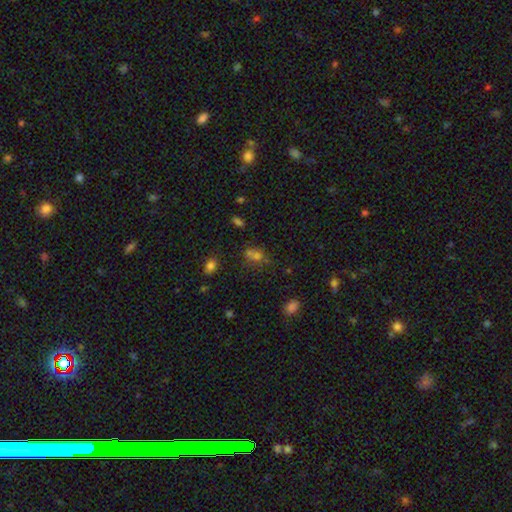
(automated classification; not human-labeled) Smooth or featured? smooth (60%)
How rounded? round (58%)
Merging? none (48%)